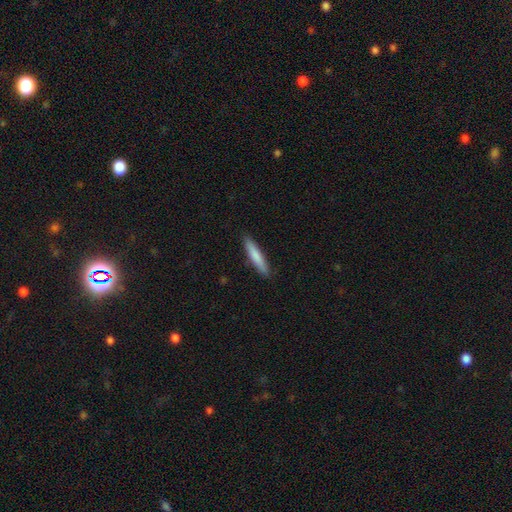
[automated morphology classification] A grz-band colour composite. It shows a smooth galaxy with no disk features (80%) that is cigar-shaped (89%). Merging: none (89%).